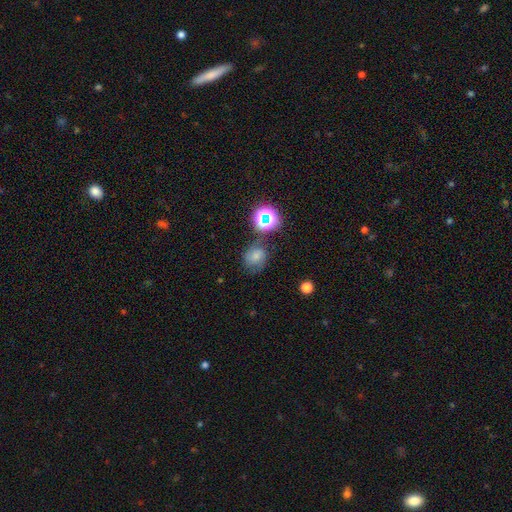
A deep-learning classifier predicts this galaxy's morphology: type=smooth (57%); roundness=round (65%); merging=none (59%).